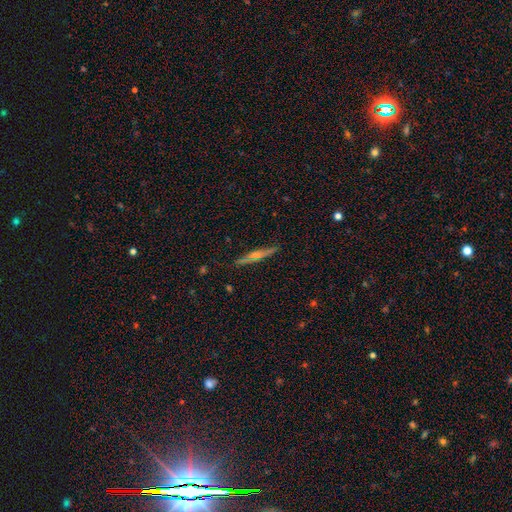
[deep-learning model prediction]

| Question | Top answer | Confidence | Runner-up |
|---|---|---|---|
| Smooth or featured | featured or disk | 69% | smooth (24%) |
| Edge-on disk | yes | 97% | no (3%) |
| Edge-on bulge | rounded | 76% | none (14%) |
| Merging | none | 88% | minor disturbance (9%) |